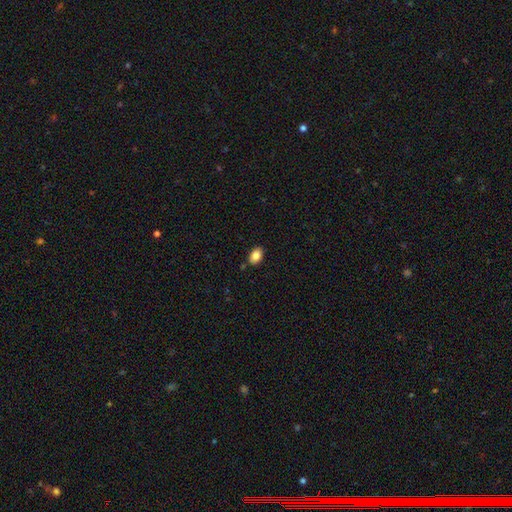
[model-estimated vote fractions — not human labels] Overall: smooth (86%). How rounded: in between (86%). Merging: none (85%).